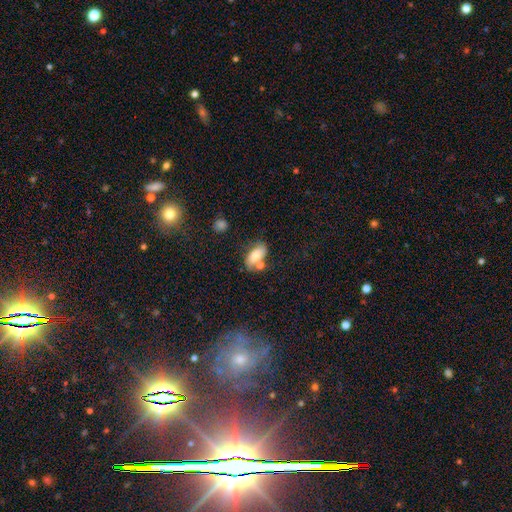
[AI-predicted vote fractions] Smooth or featured: smooth — 76% (featured or disk — 17%)
How rounded: in between — 89% (cigar-shaped — 6%)
Merging: none — 55% (merger — 24%)